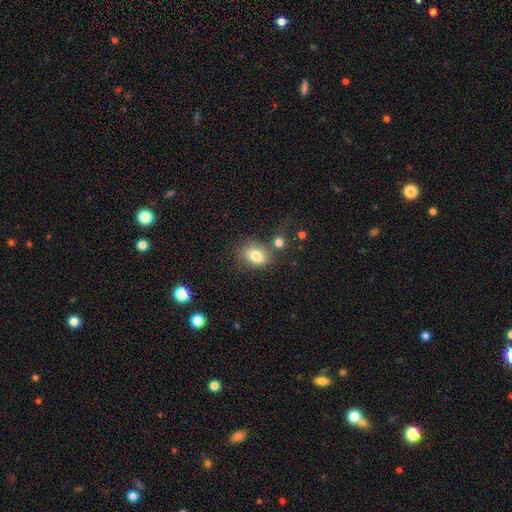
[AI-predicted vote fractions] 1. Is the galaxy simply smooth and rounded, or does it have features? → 81% smooth, 10% featured or disk, 9% star or artifact.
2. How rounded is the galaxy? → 77% in between, 22% round, 2% cigar-shaped.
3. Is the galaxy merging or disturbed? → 62% none, 17% minor disturbance, 15% merger, 6% major disturbance.